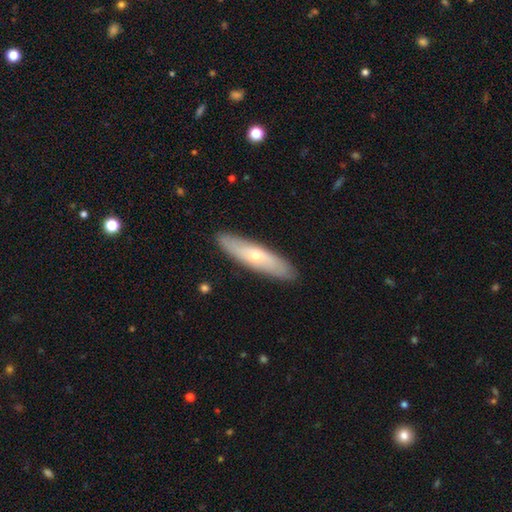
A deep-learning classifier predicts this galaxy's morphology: Smooth or featured? Predicted: smooth (p=0.49). Merging? Predicted: none (p=0.88).